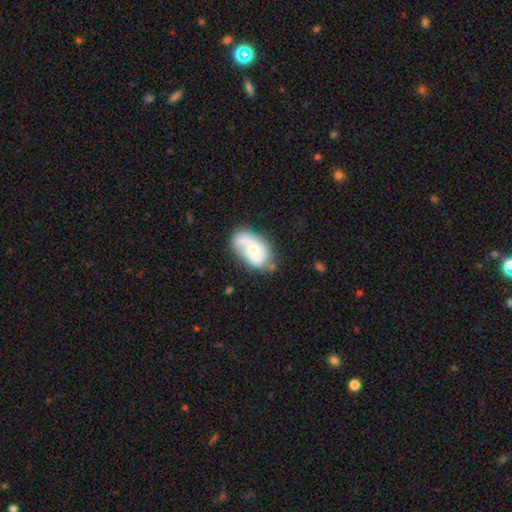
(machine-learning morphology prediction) The model was most divided on "spiral winding": medium: 43%, loose: 35%, tight: 22%. More confident: edge-on disk — no (97%); spiral arms — yes (85%); bar — no (65%); spiral arm count — 2 (65%); smooth or featured — featured or disk (64%); bulge size — small (56%); merging — none (51%).